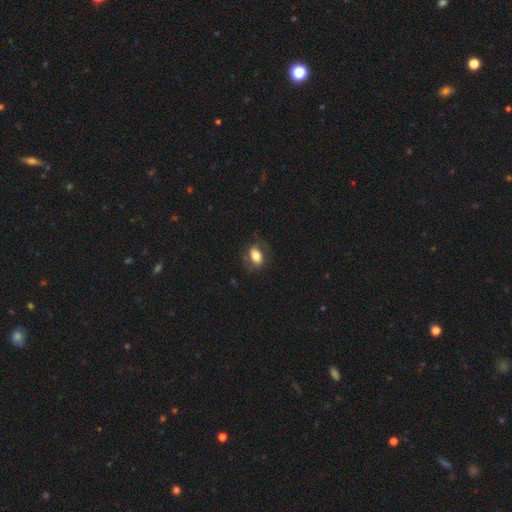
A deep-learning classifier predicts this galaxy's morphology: type=smooth (67%); roundness=in between (82%); merging=none (73%).